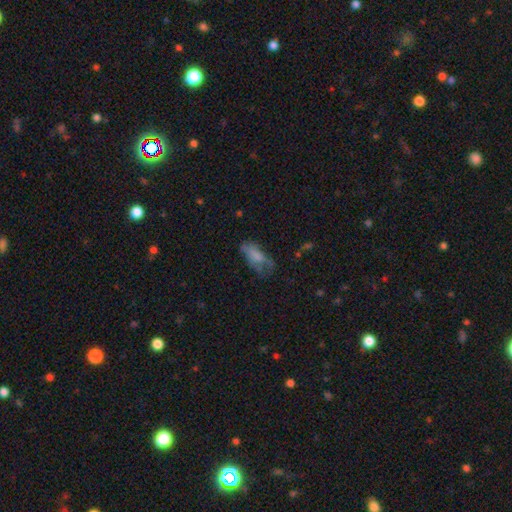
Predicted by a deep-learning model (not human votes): Overall: smooth (62%; featured or disk 27%). How rounded: in between (80%). Merging: none (36%; major disturbance 32%).